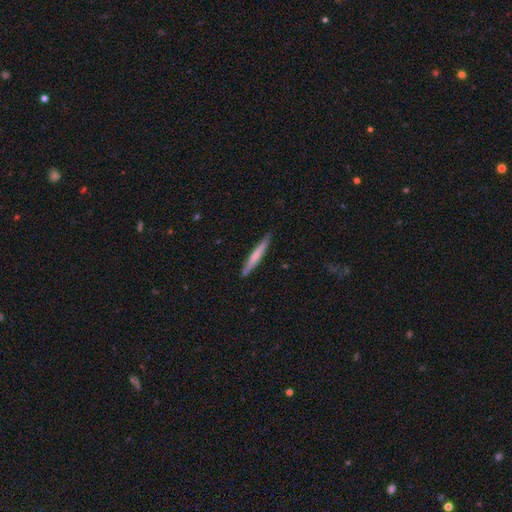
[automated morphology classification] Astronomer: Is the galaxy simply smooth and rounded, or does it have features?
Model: smooth — 60% (runner-up: featured or disk, 35%).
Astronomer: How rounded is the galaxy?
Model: cigar-shaped — 96%.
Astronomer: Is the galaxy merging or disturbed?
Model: none — 87%.